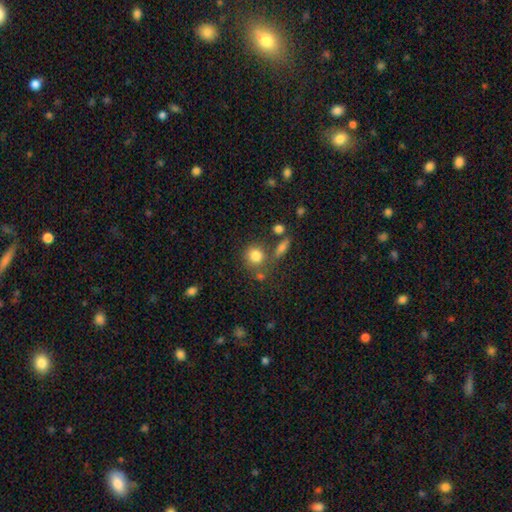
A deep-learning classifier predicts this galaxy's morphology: Overall: smooth (81%). How rounded: round (80%). Merging: none (62%).